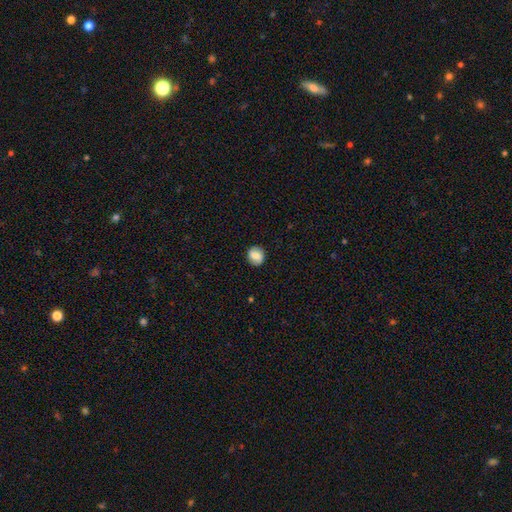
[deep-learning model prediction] Smooth or featured? Predicted: smooth (p=0.72). How rounded? Predicted: round (p=0.80). Merging? Predicted: none (p=0.87).